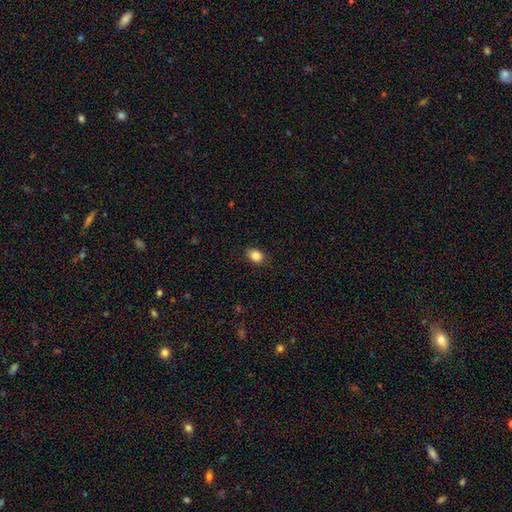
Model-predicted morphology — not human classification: A smooth galaxy with no disk features (86%) that is in between round and cigar-shaped (54%).

Vote fractions:
- Smooth or featured? smooth: 86% / star or artifact: 10% / featured or disk: 4%
- How rounded? in between: 54% / round: 45% / cigar-shaped: 1%
- Merging? none: 88% / minor disturbance: 9% / major disturbance: 2% / merger: 1%